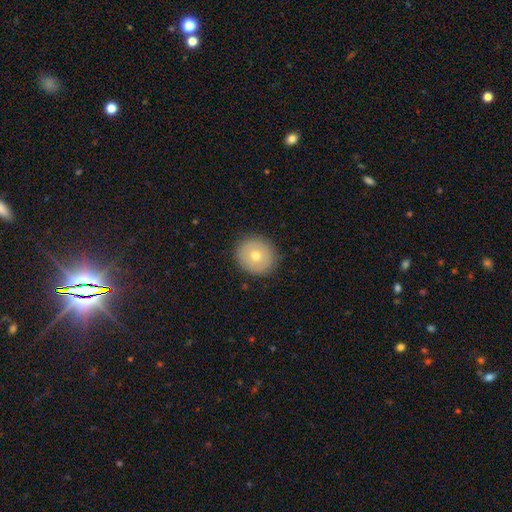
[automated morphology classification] smooth_or_featured: smooth (p=0.67) [alt: featured or disk p=0.23]
how_rounded: round (p=0.89) [alt: in between p=0.10]
merging: none (p=0.91) [alt: minor disturbance p=0.06]